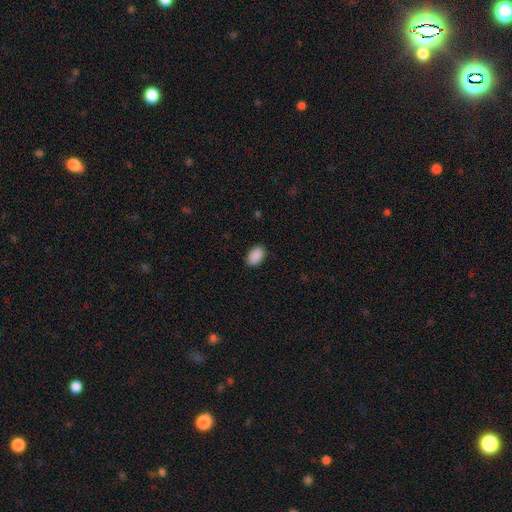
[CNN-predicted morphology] A smooth galaxy with no disk features (91%) that is in between round and cigar-shaped (92%).

Vote fractions:
- Smooth or featured? smooth: 91% / star or artifact: 7% / featured or disk: 2%
- How rounded? in between: 92% / round: 7% / cigar-shaped: 1%
- Merging? none: 89% / minor disturbance: 8% / major disturbance: 2% / merger: 1%